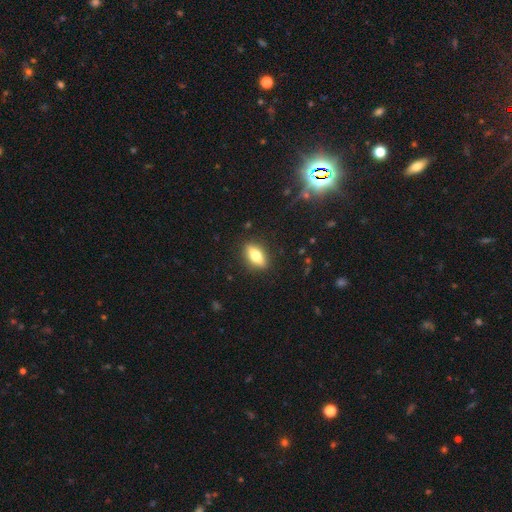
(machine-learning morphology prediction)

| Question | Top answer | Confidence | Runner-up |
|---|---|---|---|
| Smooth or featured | smooth | 63% | featured or disk (29%) |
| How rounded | in between | 75% | cigar-shaped (20%) |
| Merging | none | 87% | minor disturbance (9%) |